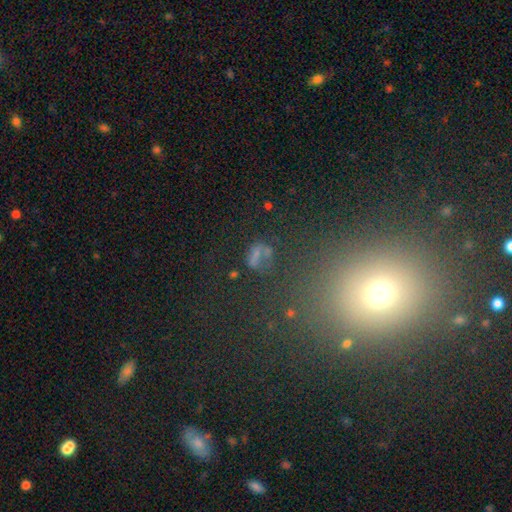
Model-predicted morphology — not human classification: smooth_or_featured: star or artifact (p=0.40) [alt: smooth p=0.36]